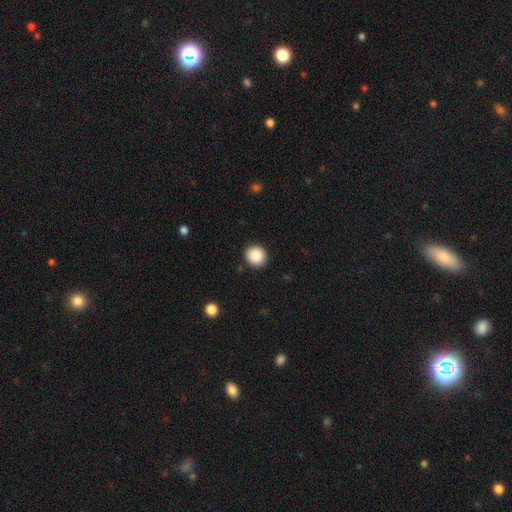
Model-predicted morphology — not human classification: This is clearly a smooth galaxy (87%). How rounded: clearly round (92%). Merging: clearly none (92%).